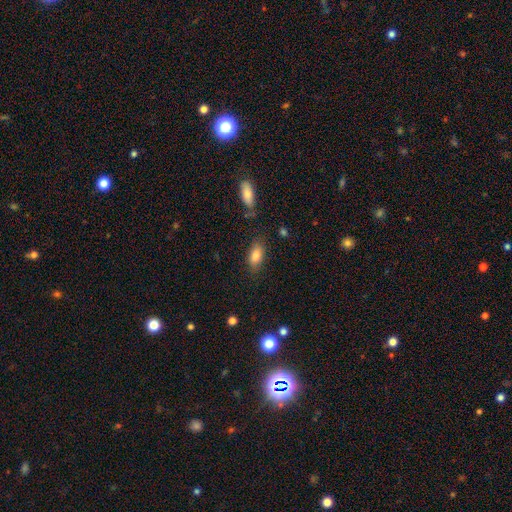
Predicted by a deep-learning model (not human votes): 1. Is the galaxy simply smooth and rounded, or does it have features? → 82% smooth, 10% featured or disk, 8% star or artifact.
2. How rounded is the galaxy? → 88% in between, 8% cigar-shaped, 4% round.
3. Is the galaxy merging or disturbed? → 77% none, 16% minor disturbance, 5% major disturbance, 3% merger.